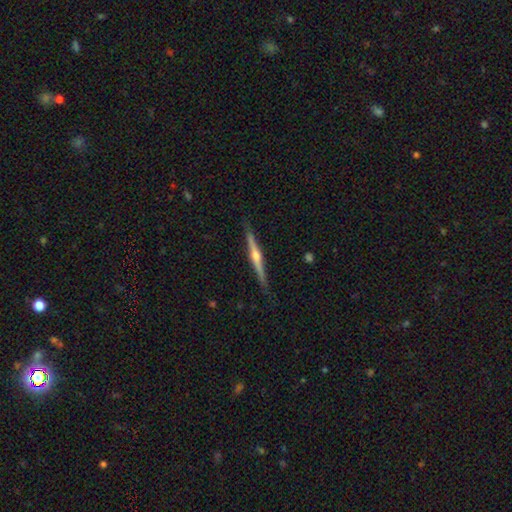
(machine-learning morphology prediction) A featured or disk galaxy (82%) viewed edge-on (98%) with a rounded central bulge (91%). Merging: none (89%).